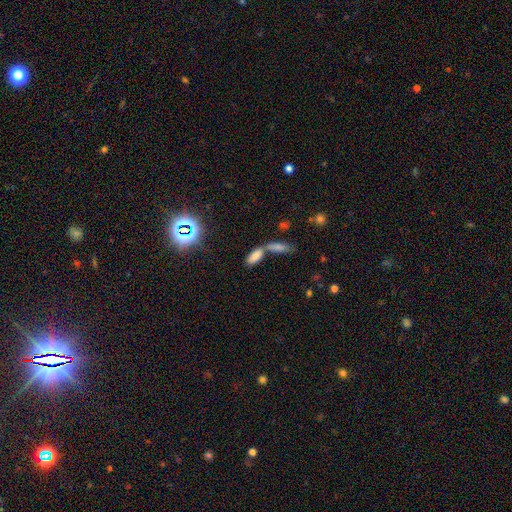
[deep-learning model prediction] Smooth or featured: smooth — 75% (star or artifact — 15%)
How rounded: in between — 78% (cigar-shaped — 19%)
Merging: merger — 57% (none — 31%)